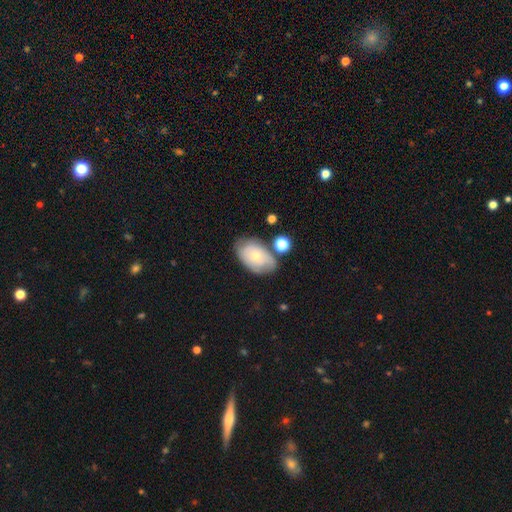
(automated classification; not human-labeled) A smooth galaxy with no disk features (56%) that is in between round and cigar-shaped (87%). Merging: none (60%).